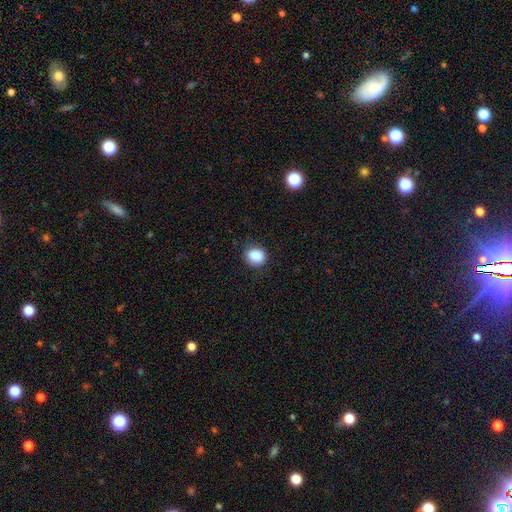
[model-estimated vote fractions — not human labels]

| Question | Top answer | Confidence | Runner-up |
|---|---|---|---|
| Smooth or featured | smooth | 88% | star or artifact (9%) |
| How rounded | round | 68% | in between (31%) |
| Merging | none | 86% | minor disturbance (10%) |